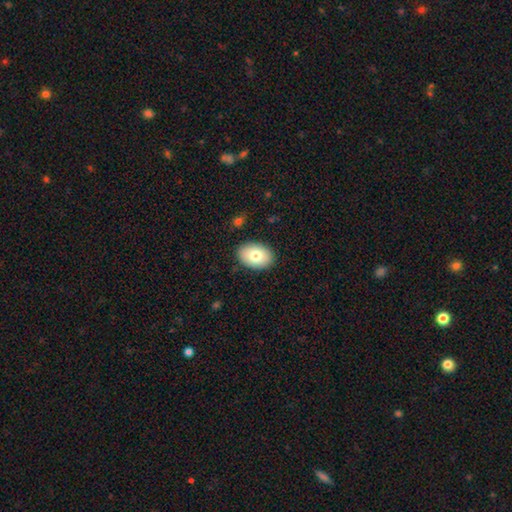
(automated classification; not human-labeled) A smooth galaxy with no disk features (79%) that is in between round and cigar-shaped (86%).

Vote fractions:
- Smooth or featured? smooth: 79% / featured or disk: 14% / star or artifact: 7%
- How rounded? in between: 86% / round: 13% / cigar-shaped: 1%
- Merging? none: 88% / minor disturbance: 9% / major disturbance: 2% / merger: 1%